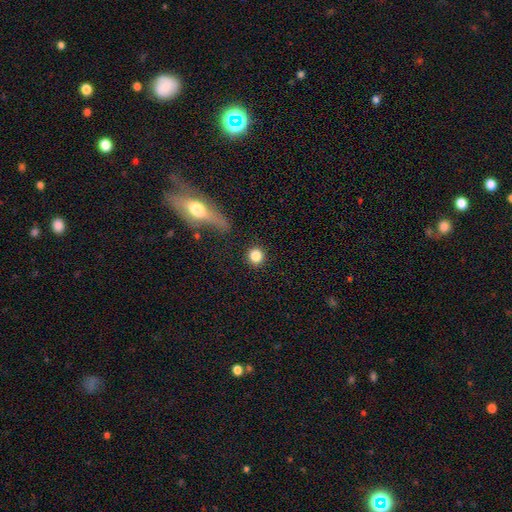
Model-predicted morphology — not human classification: type=smooth (85%); roundness=round (92%); merging=none (89%).